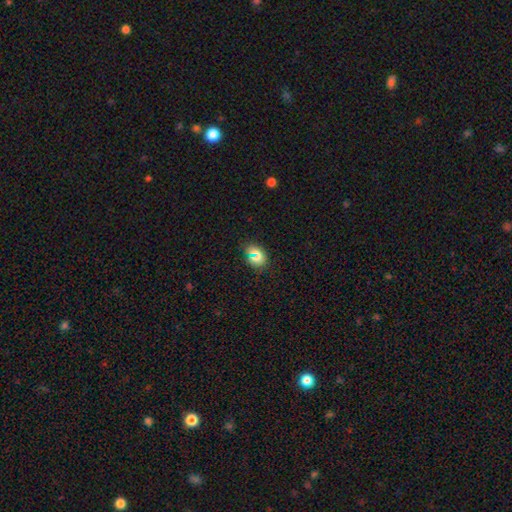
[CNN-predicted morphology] A smooth galaxy with no disk features (67%) that is round (50%). Merging: none (84%).